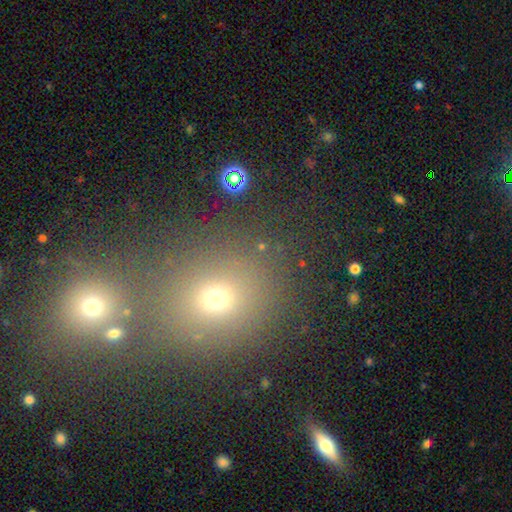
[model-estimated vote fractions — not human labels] Smooth or featured?
  - smooth: 53% *
  - star or artifact: 36%
  - featured or disk: 12%
How rounded?
  - round: 73% *
  - in between: 26%
  - cigar-shaped: 2%
Merging?
  - none: 65% *
  - merger: 21%
  - minor disturbance: 9%
  - major disturbance: 4%